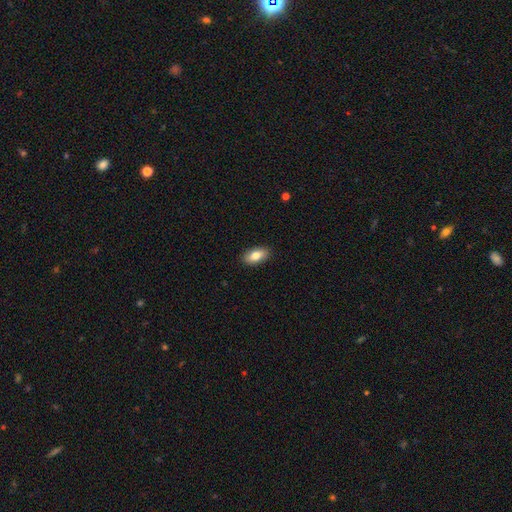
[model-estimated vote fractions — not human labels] Smooth or featured?
  - smooth: 80% *
  - featured or disk: 13%
  - star or artifact: 7%
How rounded?
  - in between: 91% *
  - cigar-shaped: 6%
  - round: 4%
Merging?
  - none: 90% *
  - minor disturbance: 8%
  - major disturbance: 2%
  - merger: 1%